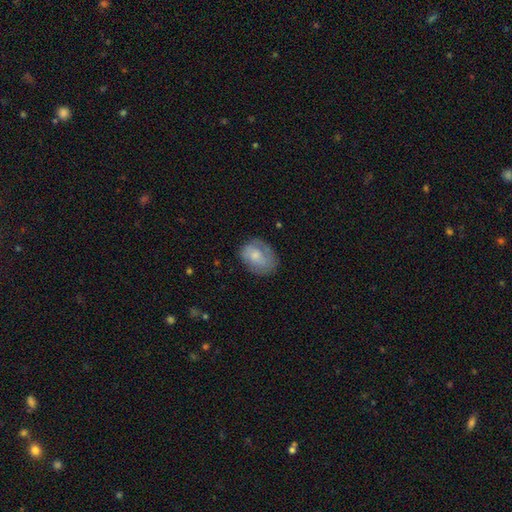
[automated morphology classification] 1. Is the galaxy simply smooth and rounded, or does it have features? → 57% smooth, 36% featured or disk, 7% star or artifact.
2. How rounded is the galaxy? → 65% in between, 34% round, 1% cigar-shaped.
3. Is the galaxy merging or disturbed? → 66% none, 23% minor disturbance, 9% major disturbance, 1% merger.